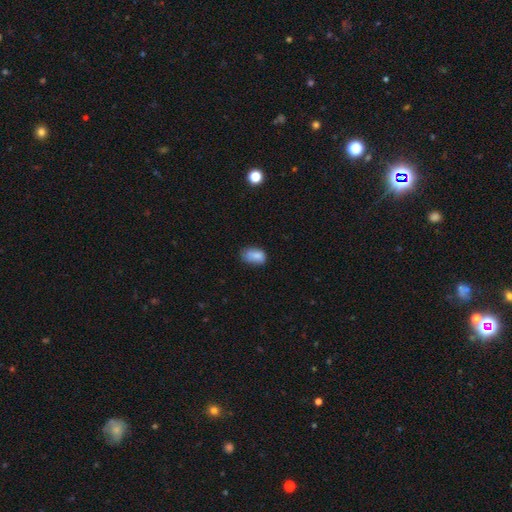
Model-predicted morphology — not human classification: Smooth or featured? Predicted: smooth (p=0.81). How rounded? Predicted: in between (p=0.86). Merging? Predicted: none (p=0.53).